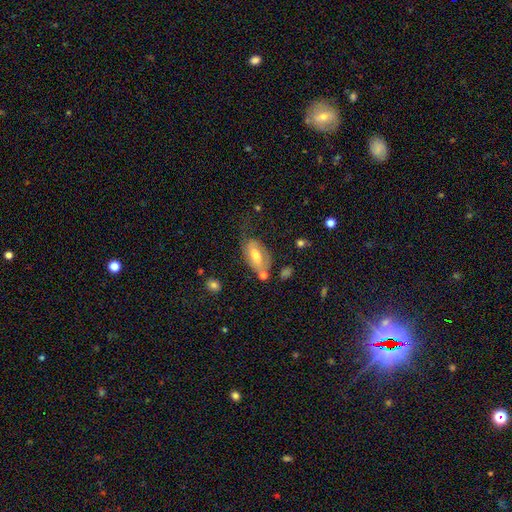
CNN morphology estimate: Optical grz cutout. It shows a smooth galaxy with no disk features (50%). Merging: none (43%).